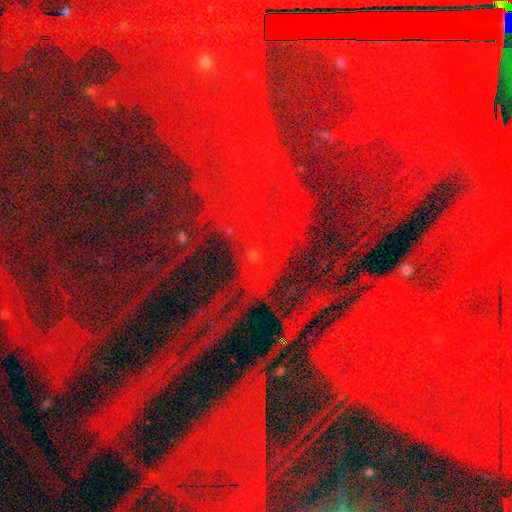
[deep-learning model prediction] A star or artifact, not a galaxy (88%).